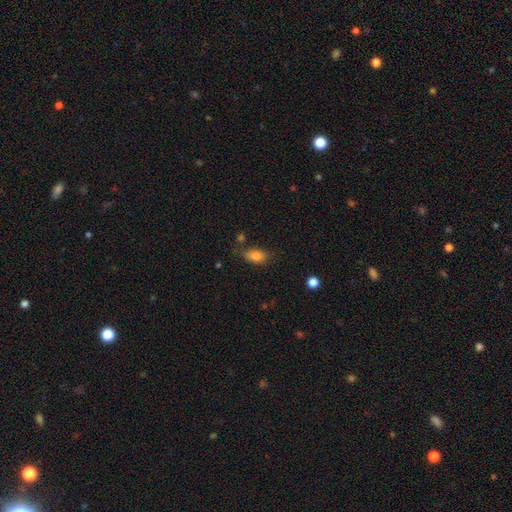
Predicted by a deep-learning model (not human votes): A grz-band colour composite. It shows a smooth galaxy with no disk features (83%) that is in between round and cigar-shaped (88%). Merging: none (71%).